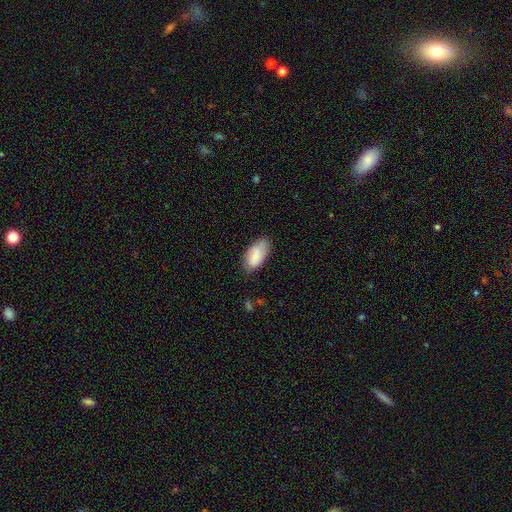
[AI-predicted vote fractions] smooth_or_featured: smooth (p=0.75) [alt: featured or disk p=0.19]
how_rounded: in between (p=0.93) [alt: cigar-shaped p=0.04]
merging: none (p=0.71) [alt: minor disturbance p=0.22]